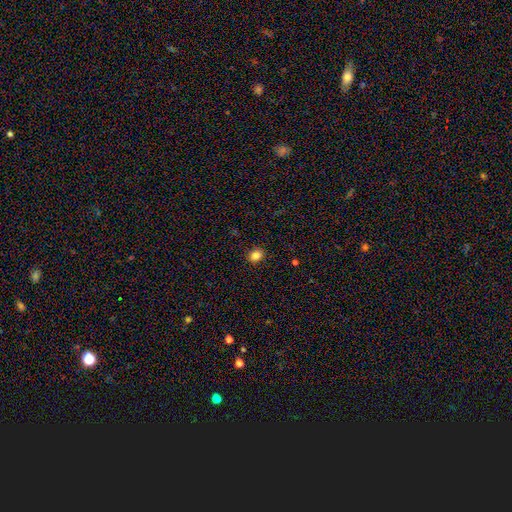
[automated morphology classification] This appears to be a smooth galaxy with no disk features (85%) that is round (65%). Merging: none (91%).